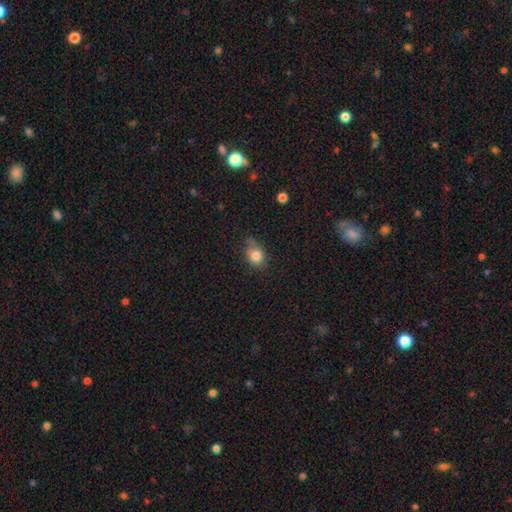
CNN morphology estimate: smooth-or-featured: smooth: 83% | star or artifact: 10% | featured or disk: 7%
  how-rounded: round: 56% | in between: 43% | cigar-shaped: 1%
  merging: none: 59% | minor disturbance: 29% | major disturbance: 6% | merger: 6%